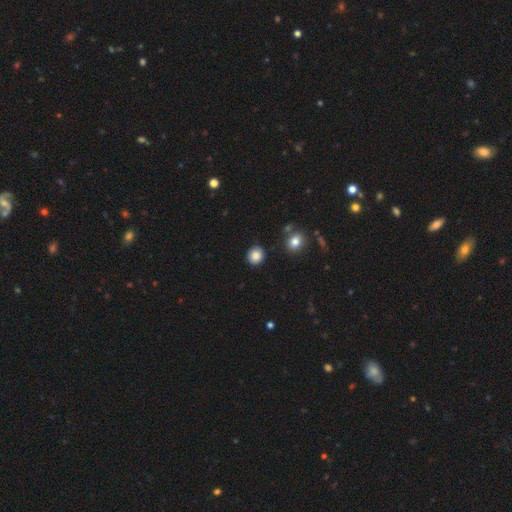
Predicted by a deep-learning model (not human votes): Overall: smooth (86%). How rounded: round (86%). Merging: none (89%).